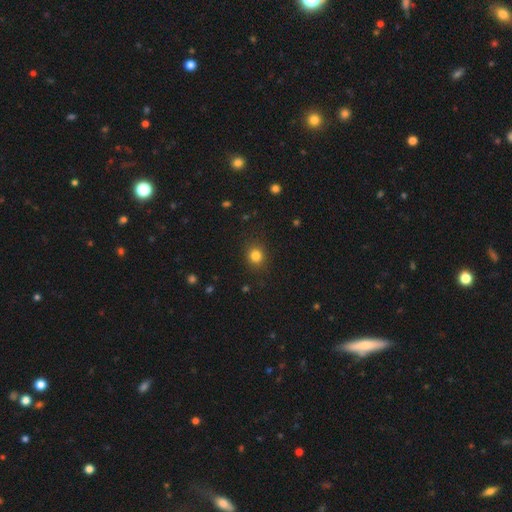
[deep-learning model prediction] Smooth or featured: smooth — 82% (star or artifact — 13%)
How rounded: round — 80% (in between — 19%)
Merging: none — 88% (minor disturbance — 8%)